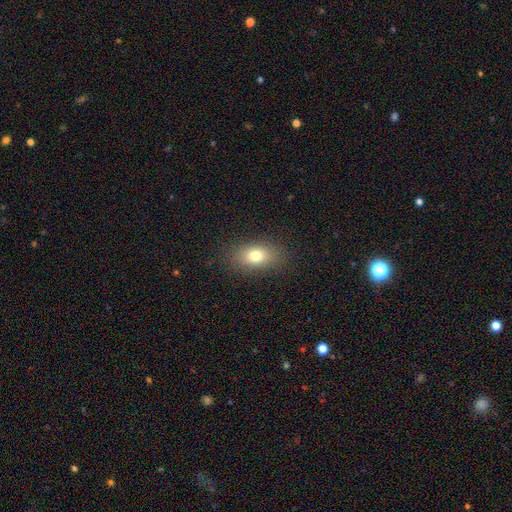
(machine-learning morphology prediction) smooth_or_featured: smooth (p=0.76) [alt: featured or disk p=0.12]
how_rounded: in between (p=0.81) [alt: round p=0.16]
merging: none (p=0.86) [alt: minor disturbance p=0.10]